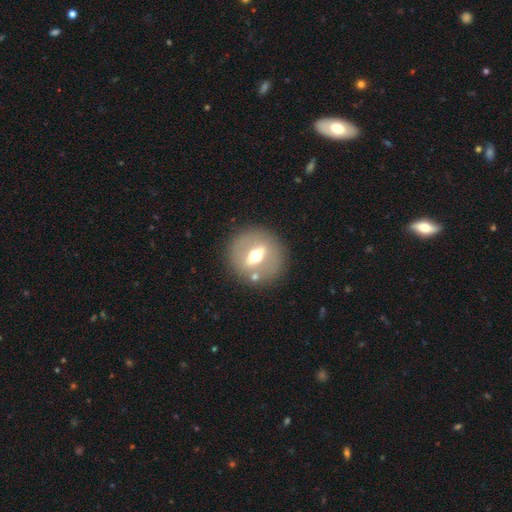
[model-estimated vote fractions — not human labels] This is possibly a featured or disk galaxy (60%). It is possibly not viewed edge-on (59%). Merging: clearly none (83%).